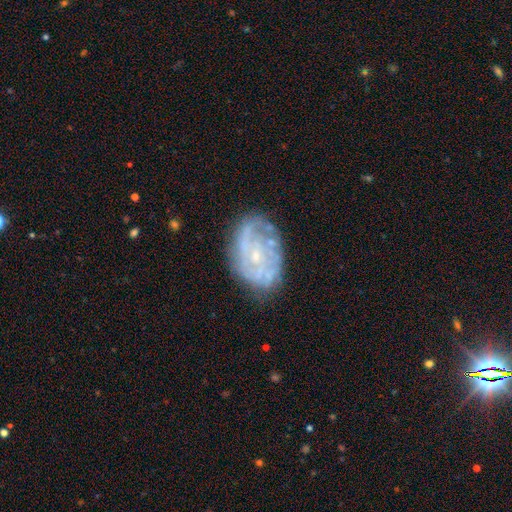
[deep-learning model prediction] smooth-or-featured: featured or disk: 75% | smooth: 17% | star or artifact: 8%
  disk-edge-on: no: 97% | yes: 3%
    bar: no: 74% | weak: 22% | strong: 4%
    has-spiral-arms: yes: 73% | no: 27%
      spiral-winding: tight: 53% | medium: 33% | loose: 14%
      spiral-arm-count: can't tell: 48% | 2: 22% | 3: 13% | 4: 7% | 1: 6% | more than 4: 5%
    bulge-size: small: 73% | moderate: 20% | none: 5% | large: 1% | dominant: 1%
  merging: none: 65% | minor disturbance: 22% | major disturbance: 10% | merger: 3%